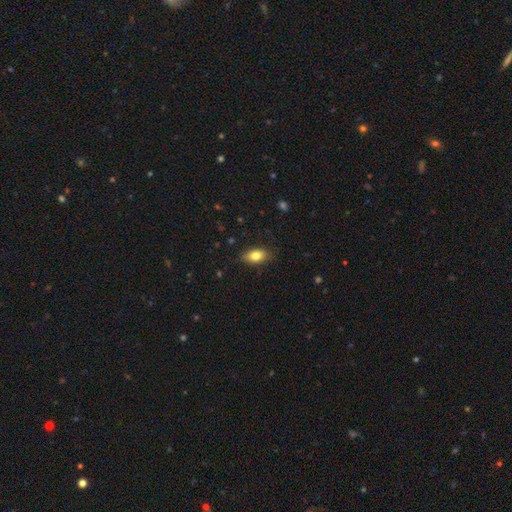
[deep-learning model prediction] This is likely a smooth galaxy (80%). How rounded: clearly in between (86%). Merging: clearly none (83%).